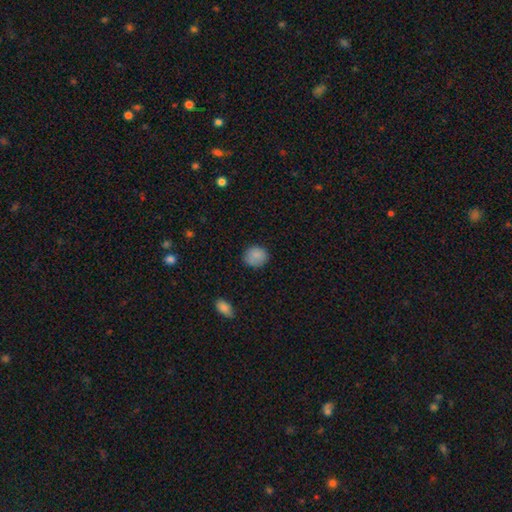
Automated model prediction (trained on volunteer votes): smooth-or-featured: smooth: 87% | star or artifact: 9% | featured or disk: 5%
  how-rounded: round: 79% | in between: 20% | cigar-shaped: 1%
  merging: none: 83% | minor disturbance: 13% | major disturbance: 3% | merger: 1%